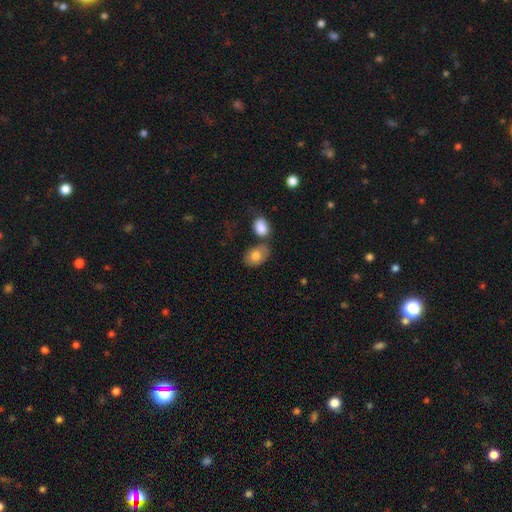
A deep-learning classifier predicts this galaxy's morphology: A smooth galaxy with no disk features (77%) that is in between round and cigar-shaped (84%). Merging: none (56%).